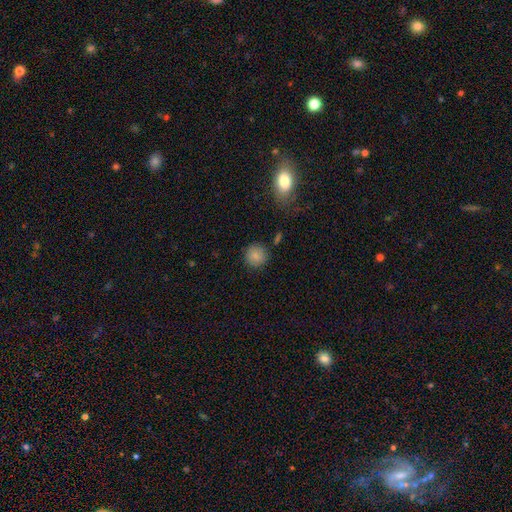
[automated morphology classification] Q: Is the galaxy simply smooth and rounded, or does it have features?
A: smooth — 84%.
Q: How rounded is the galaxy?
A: round — 92%.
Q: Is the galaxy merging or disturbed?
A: none — 85%.